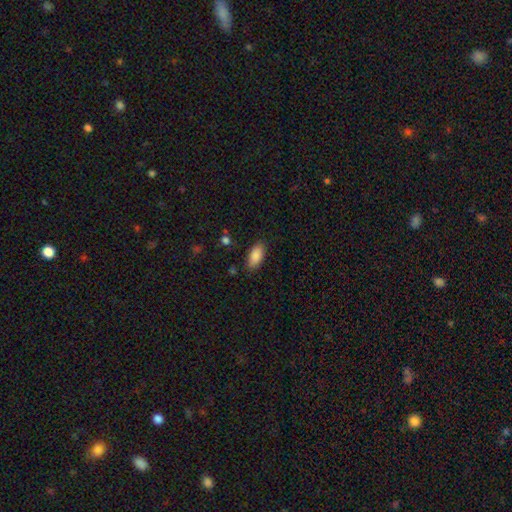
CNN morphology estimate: Smooth or featured: smooth — 88% (star or artifact — 7%)
How rounded: in between — 91% (cigar-shaped — 7%)
Merging: none — 85% (minor disturbance — 11%)